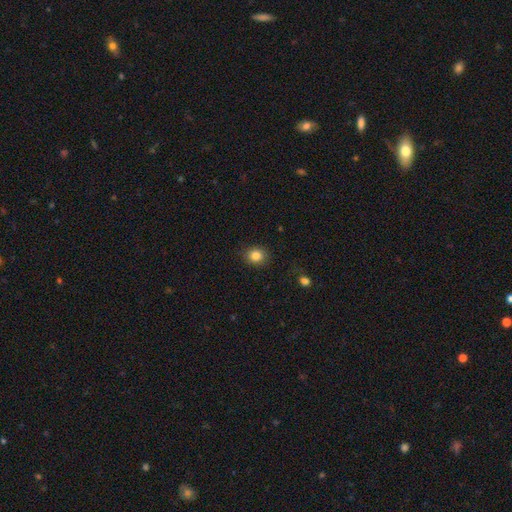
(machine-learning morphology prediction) smooth-or-featured: smooth: 84% | star or artifact: 11% | featured or disk: 6%
  how-rounded: round: 68% | in between: 31% | cigar-shaped: 1%
  merging: none: 87% | minor disturbance: 9% | major disturbance: 3% | merger: 1%